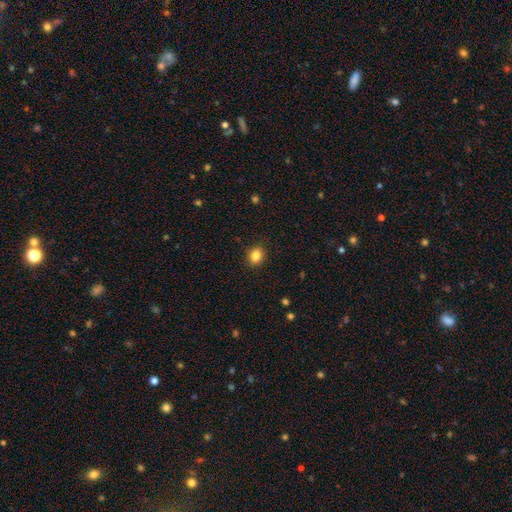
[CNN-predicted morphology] This is clearly a smooth galaxy (84%). How rounded: likely round (61%). Merging: clearly none (89%).